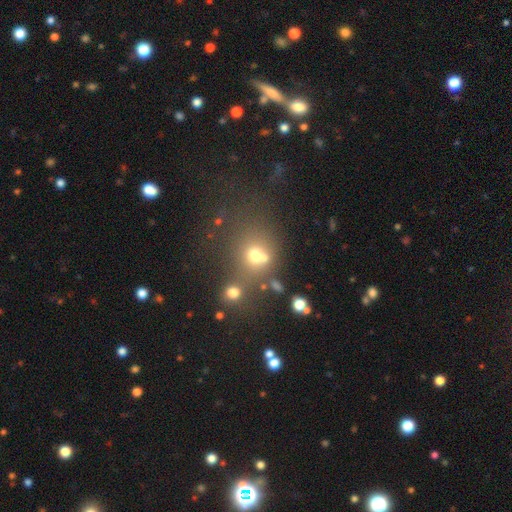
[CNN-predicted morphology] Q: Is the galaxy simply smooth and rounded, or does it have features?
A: smooth — 65%.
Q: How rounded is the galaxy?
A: round — 75%.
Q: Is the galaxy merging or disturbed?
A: none — 45%.